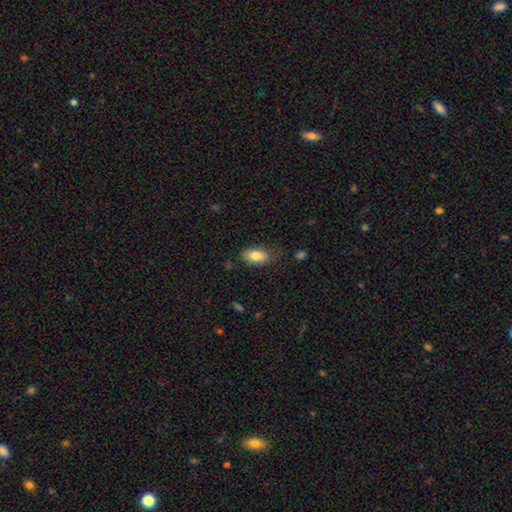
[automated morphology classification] Smooth or featured? smooth (83%)
How rounded? in between (91%)
Merging? none (73%)